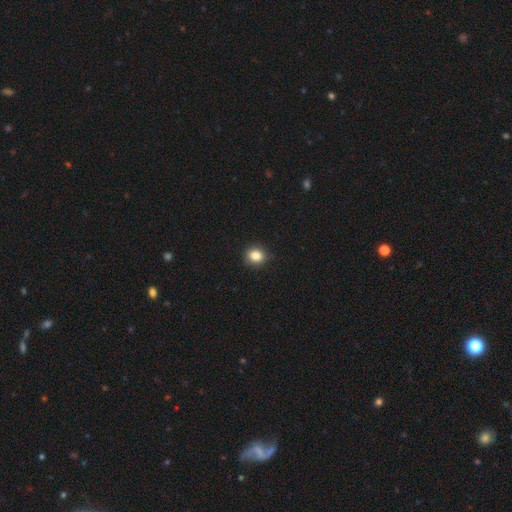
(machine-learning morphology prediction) The model was most divided on "how rounded": round: 77%, in between: 22%, cigar-shaped: 1%. More confident: merging — none (87%); smooth or featured — smooth (84%).